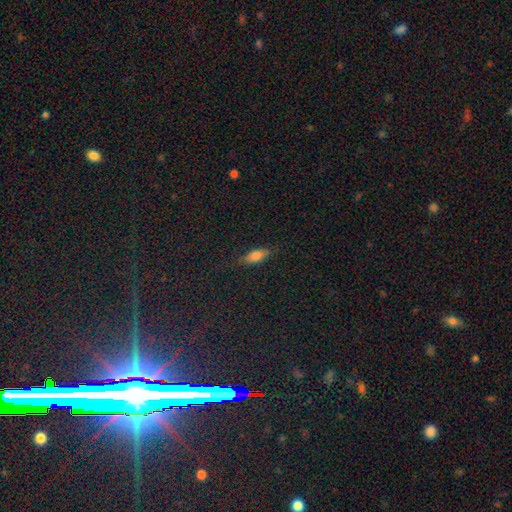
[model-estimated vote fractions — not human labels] This appears to be a smooth galaxy with no disk features (73%) that is in between round and cigar-shaped (65%). Merging: none (83%).